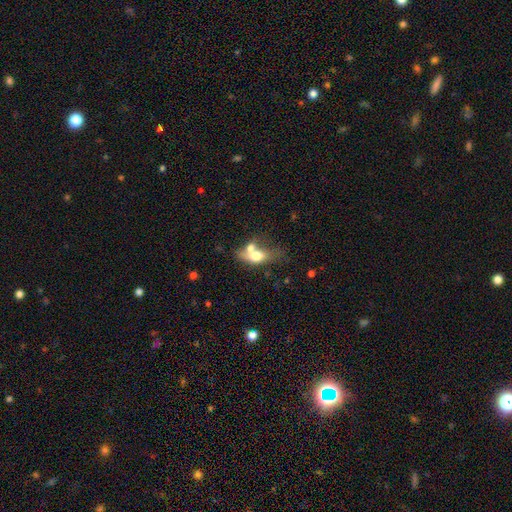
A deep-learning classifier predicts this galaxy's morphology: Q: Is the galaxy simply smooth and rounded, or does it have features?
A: smooth — 64%.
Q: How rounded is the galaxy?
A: in between — 73%.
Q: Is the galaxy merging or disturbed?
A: merger — 55%.